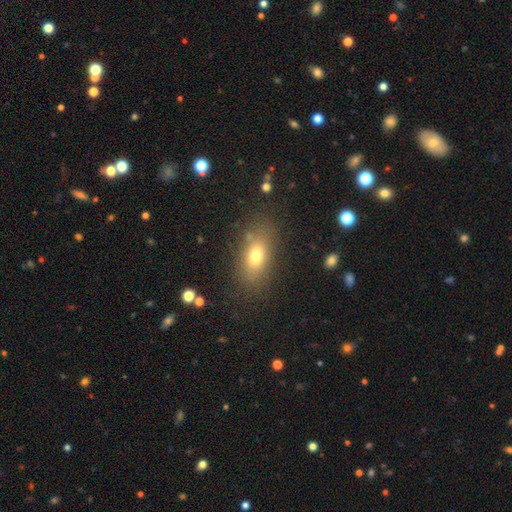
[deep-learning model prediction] smooth_or_featured: smooth (p=0.71) [alt: featured or disk p=0.17]
how_rounded: in between (p=0.82) [alt: round p=0.12]
merging: none (p=0.79) [alt: minor disturbance p=0.13]